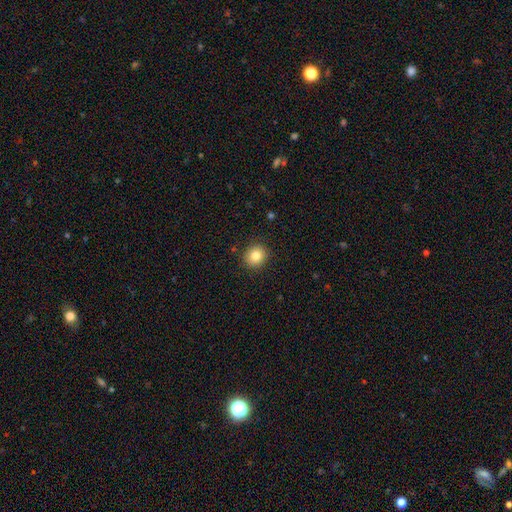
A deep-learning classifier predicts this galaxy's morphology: A smooth galaxy with no disk features (83%) that is round (82%).

Vote fractions:
- Smooth or featured? smooth: 83% / star or artifact: 10% / featured or disk: 7%
- How rounded? round: 82% / in between: 17% / cigar-shaped: 1%
- Merging? none: 90% / minor disturbance: 7% / major disturbance: 2% / merger: 1%